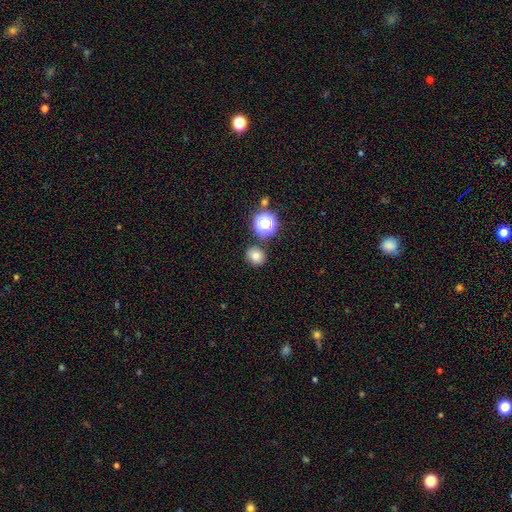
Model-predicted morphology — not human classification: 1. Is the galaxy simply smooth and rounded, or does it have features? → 75% smooth, 17% star or artifact, 8% featured or disk.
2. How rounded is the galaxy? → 79% round, 20% in between, 1% cigar-shaped.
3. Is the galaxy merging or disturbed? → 83% none, 9% minor disturbance, 6% merger, 3% major disturbance.